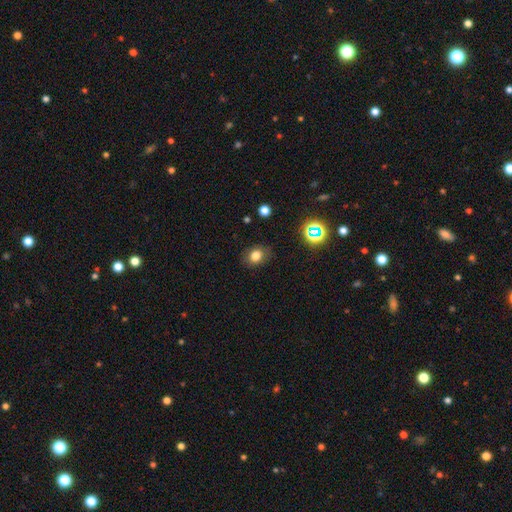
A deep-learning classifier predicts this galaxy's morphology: This is likely a smooth galaxy (78%). How rounded: possibly in between (52%). Merging: clearly none (83%).